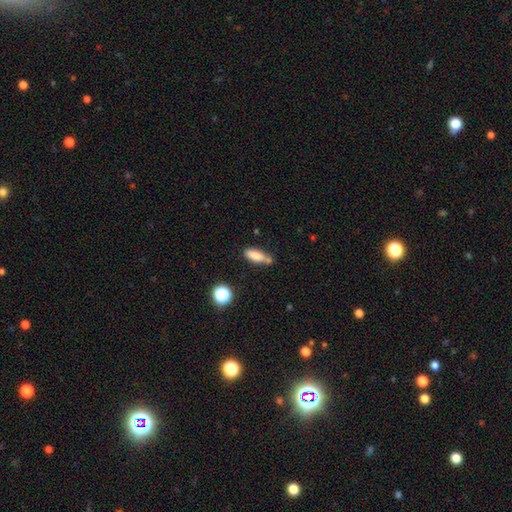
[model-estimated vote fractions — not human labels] Smooth or featured? Predicted: smooth (p=0.78). How rounded? Predicted: in between (p=0.64). Merging? Predicted: none (p=0.51).